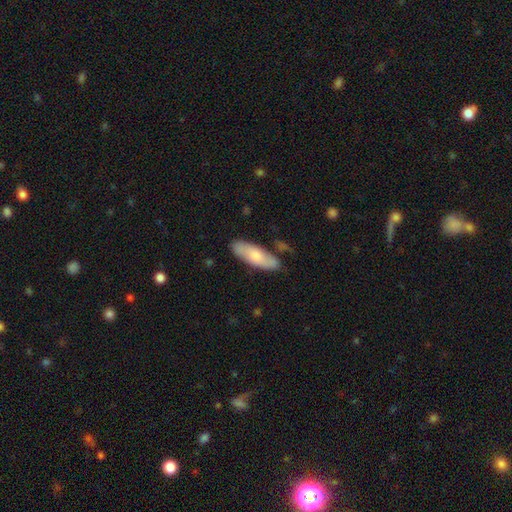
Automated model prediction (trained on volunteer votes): Smooth or featured: smooth — 70% (featured or disk — 25%)
How rounded: in between — 63% (cigar-shaped — 35%)
Merging: none — 77% (minor disturbance — 15%)